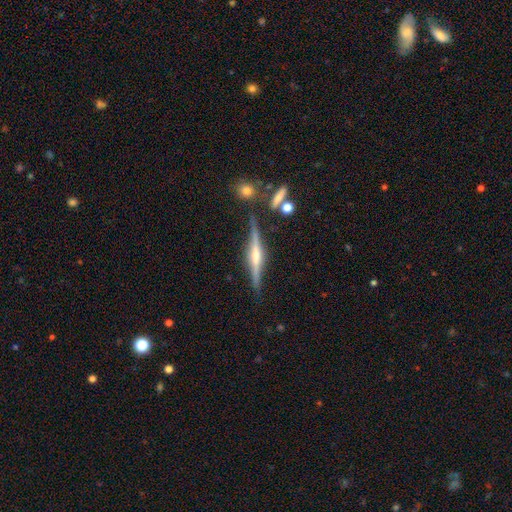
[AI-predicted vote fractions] Q: Smooth or featured?
A: featured or disk (78%); runner-up: smooth (15%)
Q: Edge-on disk?
A: yes (97%); runner-up: no (3%)
Q: Edge-on bulge?
A: rounded (64%); runner-up: boxy (25%)
Q: Merging?
A: none (83%); runner-up: minor disturbance (11%)